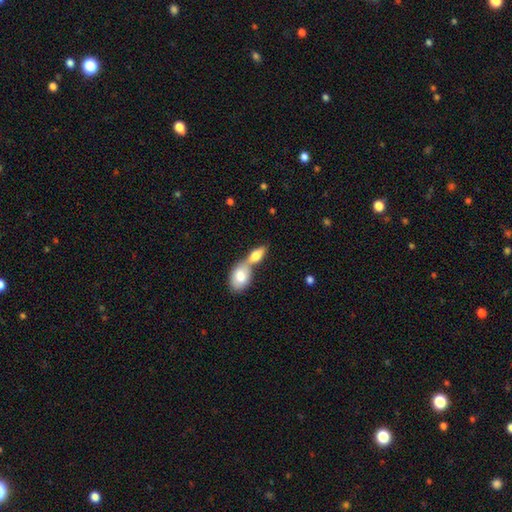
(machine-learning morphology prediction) Smooth or featured? Predicted: smooth (p=0.74). How rounded? Predicted: in between (p=0.81). Merging? Predicted: merger (p=0.66).